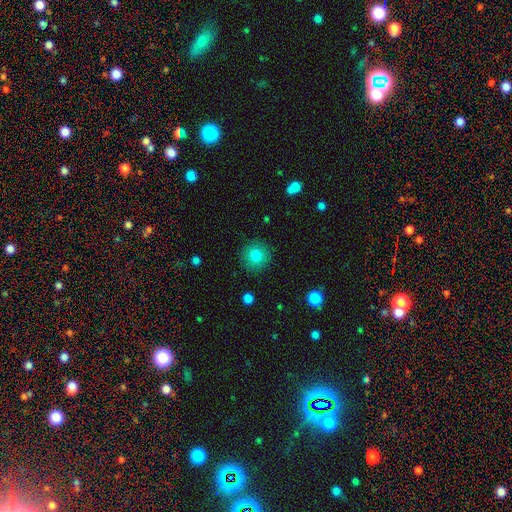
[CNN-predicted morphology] Q: Smooth or featured?
A: smooth (80%); runner-up: star or artifact (10%)
Q: How rounded?
A: round (93%); runner-up: in between (6%)
Q: Merging?
A: none (90%); runner-up: minor disturbance (7%)